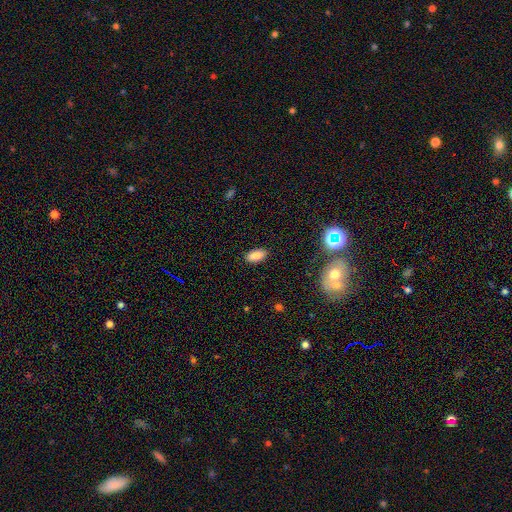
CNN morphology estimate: Smooth or featured? Predicted: smooth (p=0.86). How rounded? Predicted: in between (p=0.91). Merging? Predicted: none (p=0.88).